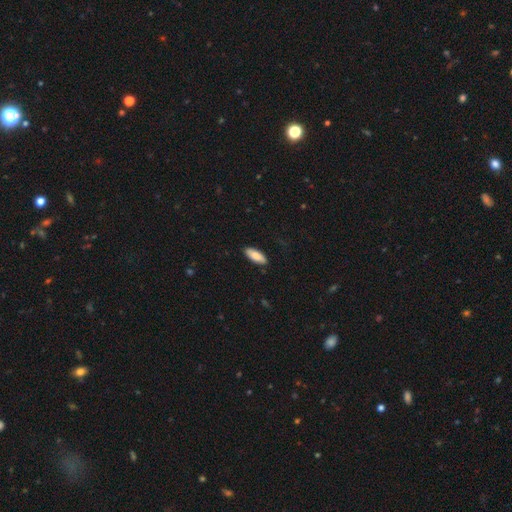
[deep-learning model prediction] smooth 86%, featured or disk 9%, star or artifact 6%. Down the decision tree: how rounded — in between (71%); merging — none (87%).